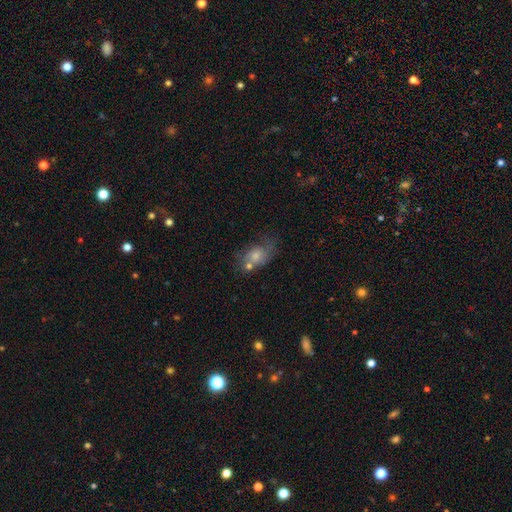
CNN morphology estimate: Q: Smooth or featured?
A: smooth (47%); runner-up: featured or disk (37%)
Q: Merging?
A: none (44%); runner-up: minor disturbance (22%)